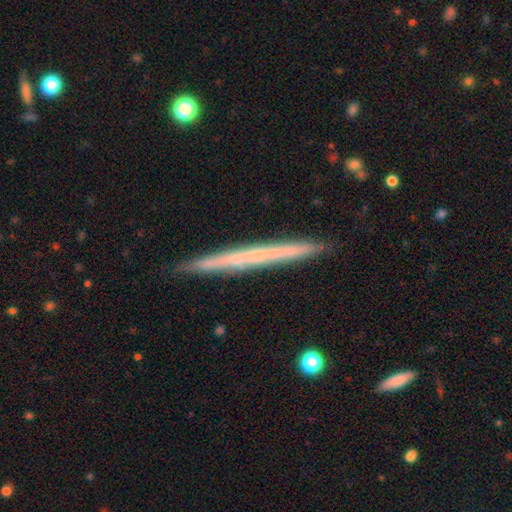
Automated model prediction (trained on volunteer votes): The model was most divided on "smooth or featured": featured or disk: 58%, smooth: 35%, star or artifact: 6%. More confident: edge-on disk — yes (97%); merging — none (90%); edge-on bulge — none (85%).